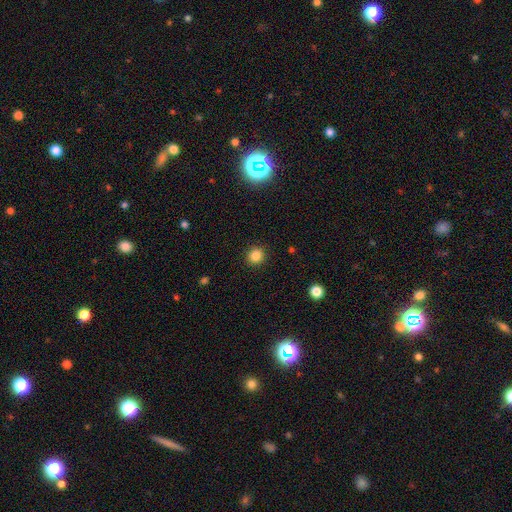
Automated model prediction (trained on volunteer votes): The model was most divided on "smooth or featured": smooth: 84%, star or artifact: 12%, featured or disk: 4%. More confident: merging — none (92%); how rounded — round (91%).